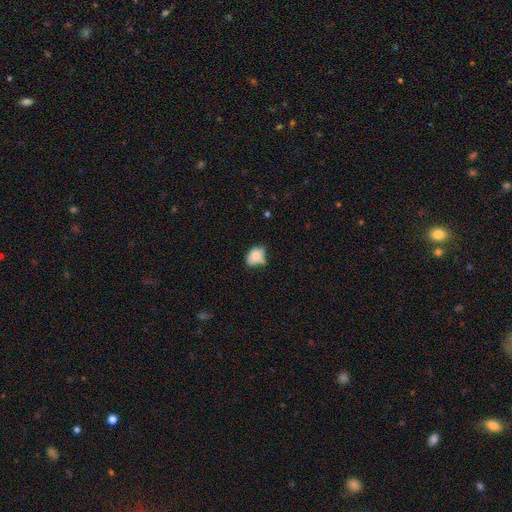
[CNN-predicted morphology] A smooth galaxy with no disk features (71%) that is in between round and cigar-shaped (71%). Merging: none (42%).